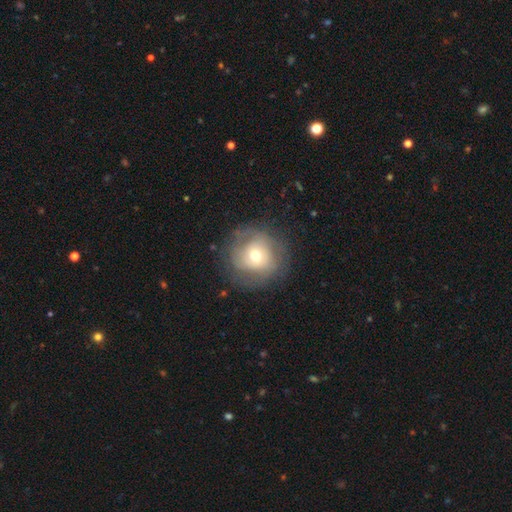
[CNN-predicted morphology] Smooth or featured? smooth (50%)
How rounded? round (91%)
Merging? none (71%)